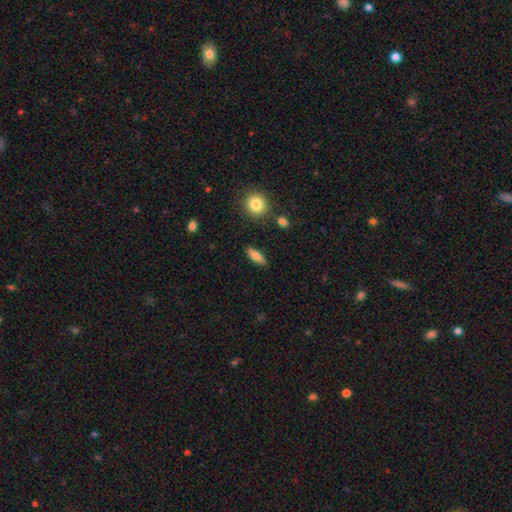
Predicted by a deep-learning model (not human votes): This appears to be a smooth galaxy with no disk features (75%) that is in between round and cigar-shaped (63%). Merging: none (86%).